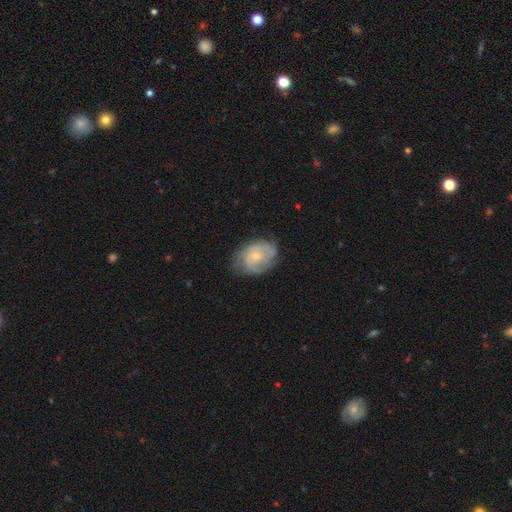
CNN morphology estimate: Smooth or featured: featured or disk — 69% (smooth — 24%)
Edge-on disk: no — 97% (yes — 3%)
Bar: no — 74% (weak — 23%)
Spiral arms: yes — 87% (no — 13%)
Spiral winding: tight — 56% (medium — 33%)
Spiral arm count: can't tell — 37% (2 — 33%)
Bulge size: small — 65% (moderate — 30%)
Merging: none — 66% (minor disturbance — 24%)